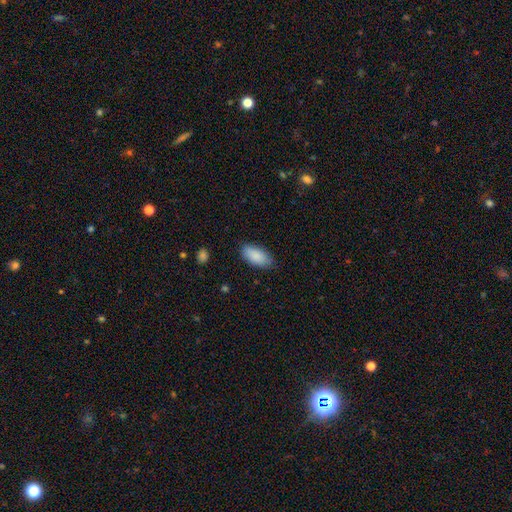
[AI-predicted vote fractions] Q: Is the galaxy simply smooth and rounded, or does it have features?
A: smooth — 89%.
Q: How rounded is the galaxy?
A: in between — 91%.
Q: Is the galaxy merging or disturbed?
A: none — 80%.